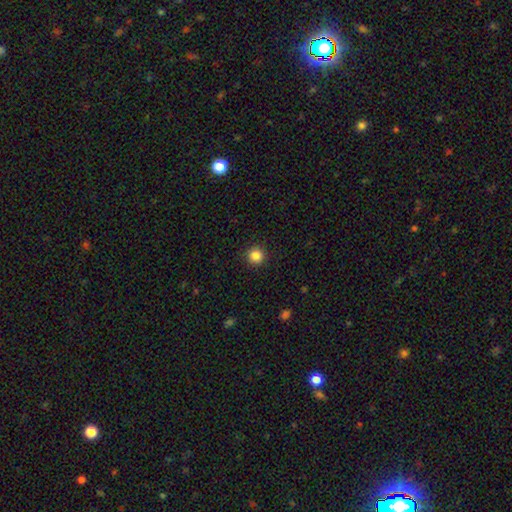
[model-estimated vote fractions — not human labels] Q: Smooth or featured?
A: smooth (86%); runner-up: star or artifact (11%)
Q: How rounded?
A: round (95%); runner-up: in between (4%)
Q: Merging?
A: none (92%); runner-up: minor disturbance (5%)